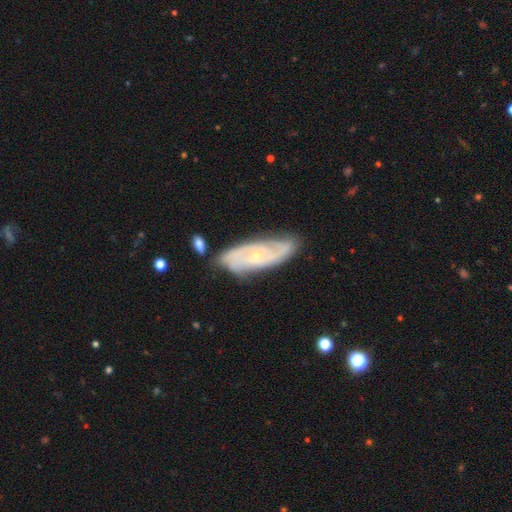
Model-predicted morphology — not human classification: Q: Smooth or featured?
A: featured or disk (76%); runner-up: smooth (18%)
Q: Edge-on disk?
A: no (87%); runner-up: yes (13%)
Q: Bar?
A: no (64%); runner-up: weak (29%)
Q: Spiral arms?
A: yes (91%); runner-up: no (9%)
Q: Spiral winding?
A: tight (56%); runner-up: medium (35%)
Q: Spiral arm count?
A: 2 (36%); runner-up: can't tell (35%)
Q: Bulge size?
A: small (77%); runner-up: moderate (19%)
Q: Merging?
A: none (74%); runner-up: minor disturbance (19%)